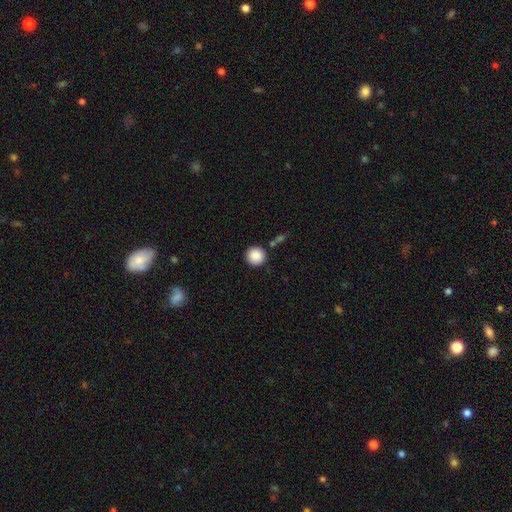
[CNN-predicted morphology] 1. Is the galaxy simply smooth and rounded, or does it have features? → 88% smooth, 8% star or artifact, 3% featured or disk.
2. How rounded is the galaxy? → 95% round, 4% in between, 1% cigar-shaped.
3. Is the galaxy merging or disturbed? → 87% none, 7% minor disturbance, 4% merger, 2% major disturbance.